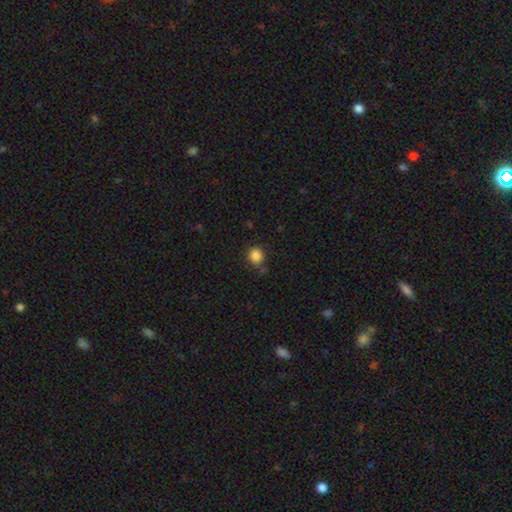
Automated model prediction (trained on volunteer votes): Smooth or featured? Predicted: smooth (p=0.86). How rounded? Predicted: round (p=0.84). Merging? Predicted: none (p=0.79).